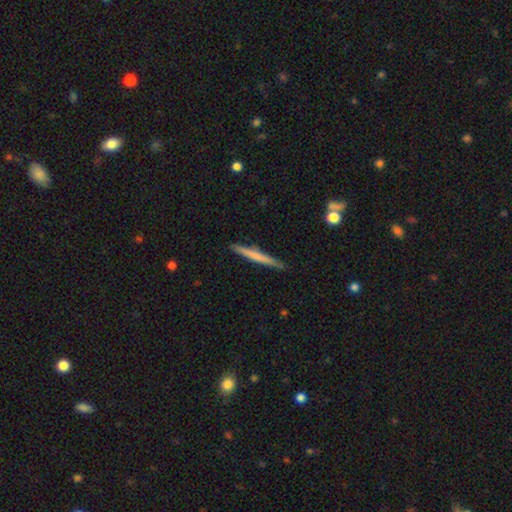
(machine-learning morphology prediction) Smooth or featured? smooth (56%)
How rounded? cigar-shaped (97%)
Merging? none (89%)